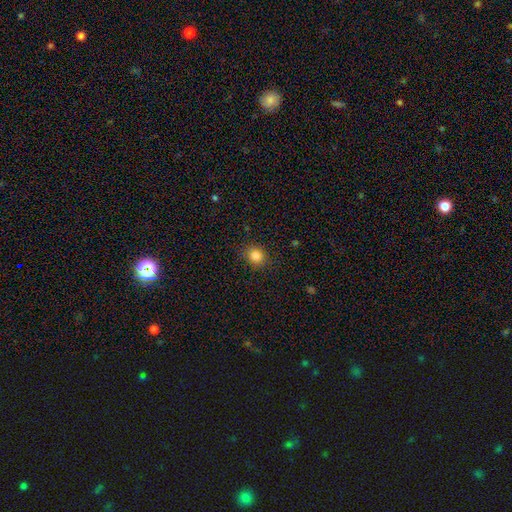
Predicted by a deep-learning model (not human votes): Q: Smooth or featured?
A: smooth (84%); runner-up: star or artifact (11%)
Q: How rounded?
A: round (78%); runner-up: in between (21%)
Q: Merging?
A: none (87%); runner-up: minor disturbance (9%)